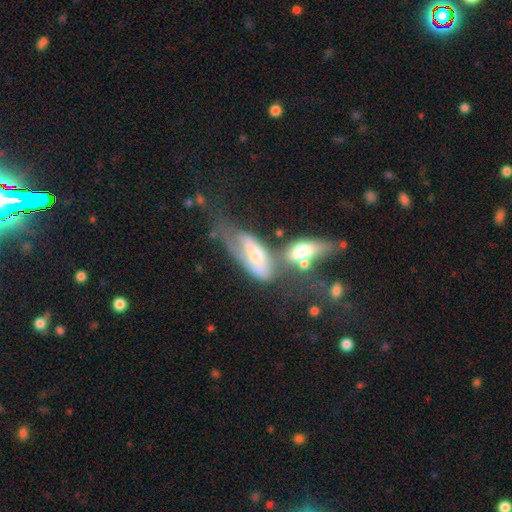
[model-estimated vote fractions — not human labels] Smooth or featured?
  - featured or disk: 55% *
  - smooth: 38%
  - star or artifact: 8%
Edge-on disk?
  - no: 80% *
  - yes: 20%
Merging?
  - merger: 48% *
  - major disturbance: 21%
  - none: 17%
  - minor disturbance: 13%